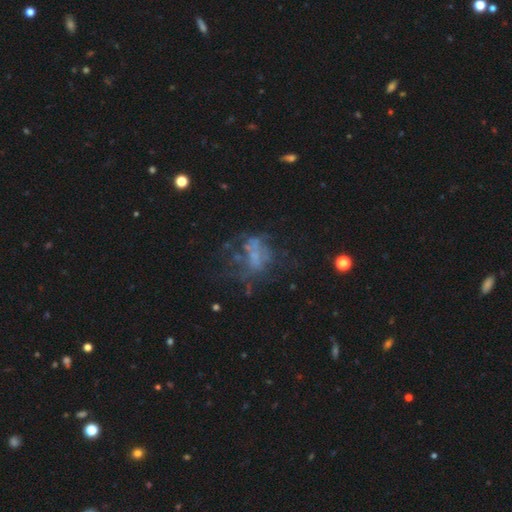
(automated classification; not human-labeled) The model was most divided on "merging": none: 41%, major disturbance: 35%, minor disturbance: 17%, merger: 7%. More confident: edge-on disk — no (98%); bar — no (87%); spiral arms — no (85%); bulge size — none (62%); smooth or featured — featured or disk (55%).